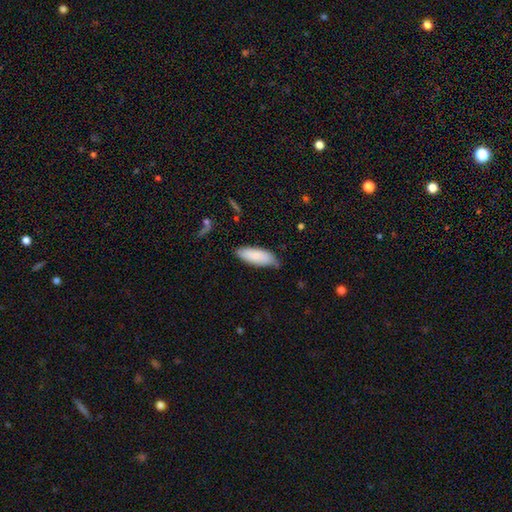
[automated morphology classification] Overall: smooth (86%). How rounded: in between (71%). Merging: none (72%).